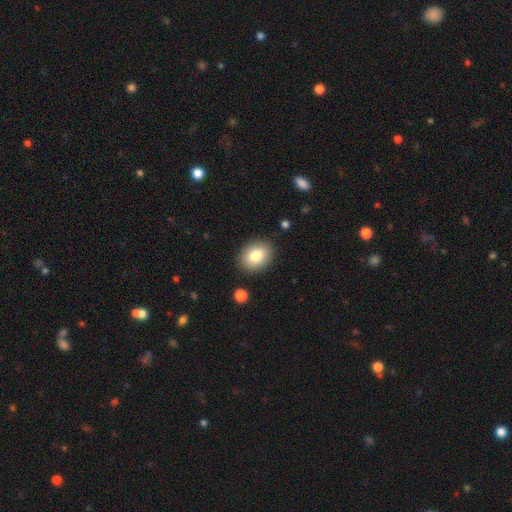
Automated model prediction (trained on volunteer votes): The model was most divided on "how rounded": in between: 63%, round: 37%, cigar-shaped: 1%. More confident: merging — none (88%); smooth or featured — smooth (82%).